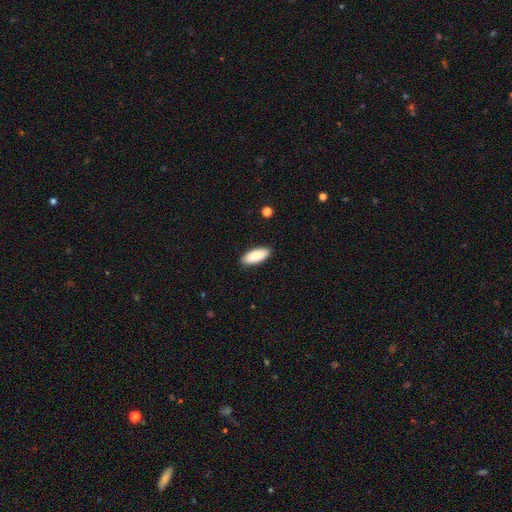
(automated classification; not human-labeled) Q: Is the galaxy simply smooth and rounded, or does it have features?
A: smooth — 88%.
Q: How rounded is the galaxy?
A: in between — 80%.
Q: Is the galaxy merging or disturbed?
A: none — 89%.